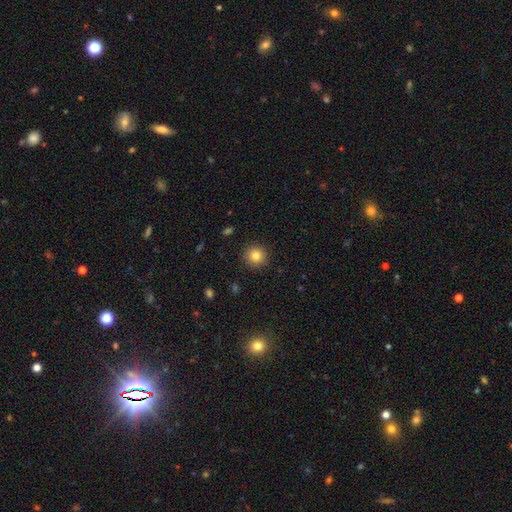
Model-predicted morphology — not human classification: smooth_or_featured: smooth (p=0.82) [alt: star or artifact p=0.11]
how_rounded: round (p=0.93) [alt: in between p=0.06]
merging: none (p=0.91) [alt: minor disturbance p=0.06]